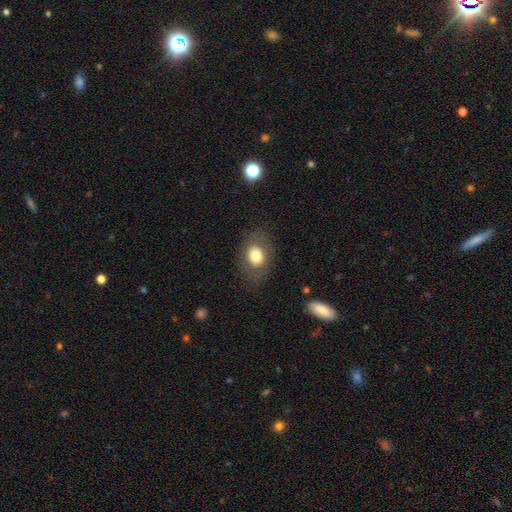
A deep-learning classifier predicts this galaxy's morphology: smooth_or_featured: smooth (p=0.76) [alt: featured or disk p=0.15]
how_rounded: in between (p=0.61) [alt: round p=0.38]
merging: none (p=0.79) [alt: minor disturbance p=0.13]